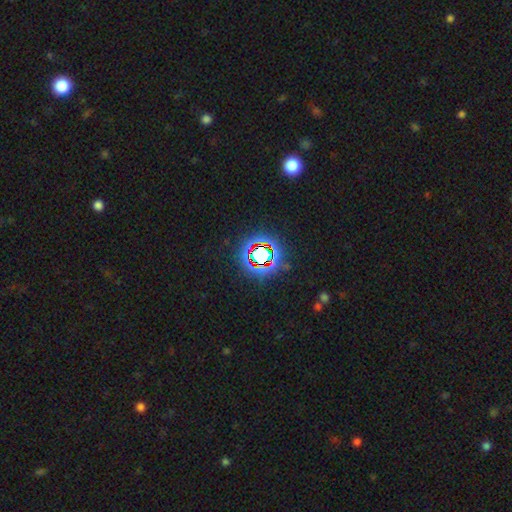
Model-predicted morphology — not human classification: The model was most divided on "smooth or featured": star or artifact: 77%, smooth: 13%, featured or disk: 10%.